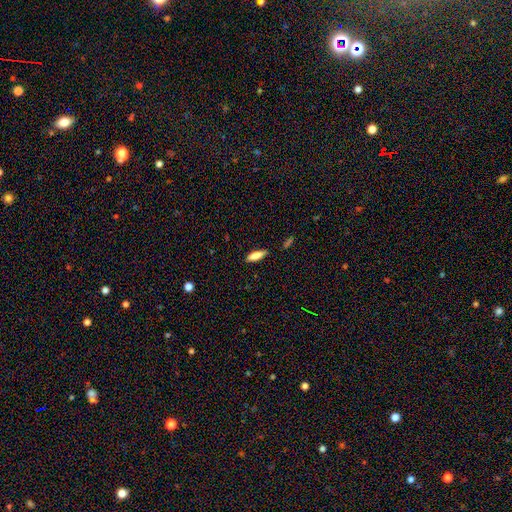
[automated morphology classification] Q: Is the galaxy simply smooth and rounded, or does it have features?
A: smooth — 83%.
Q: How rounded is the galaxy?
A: in between — 52%.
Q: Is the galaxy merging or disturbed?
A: none — 84%.